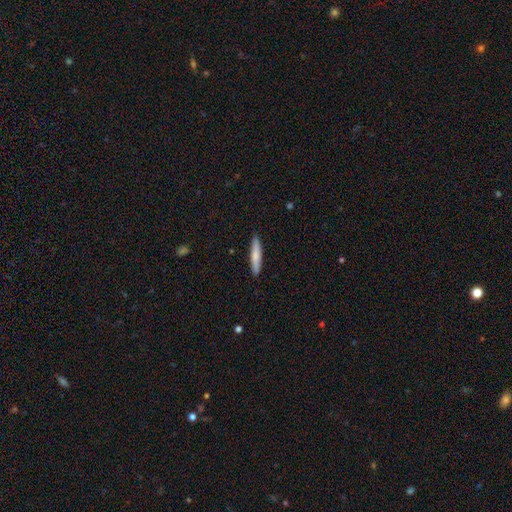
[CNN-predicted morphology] type=smooth (75%); roundness=cigar-shaped (90%); merging=none (90%).